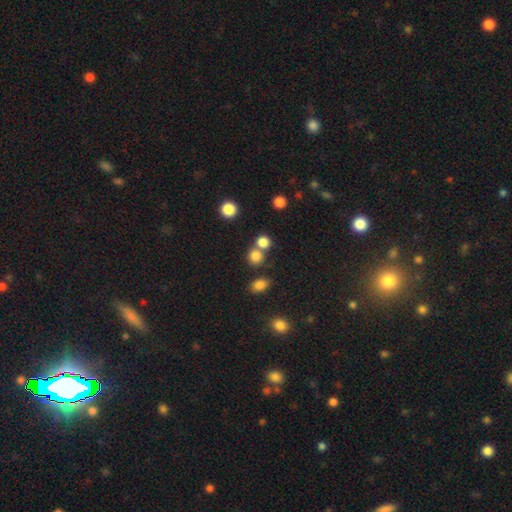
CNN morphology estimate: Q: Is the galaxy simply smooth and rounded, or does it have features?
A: smooth — 80%.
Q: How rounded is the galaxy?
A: round — 84%.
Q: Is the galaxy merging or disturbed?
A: none — 58%.